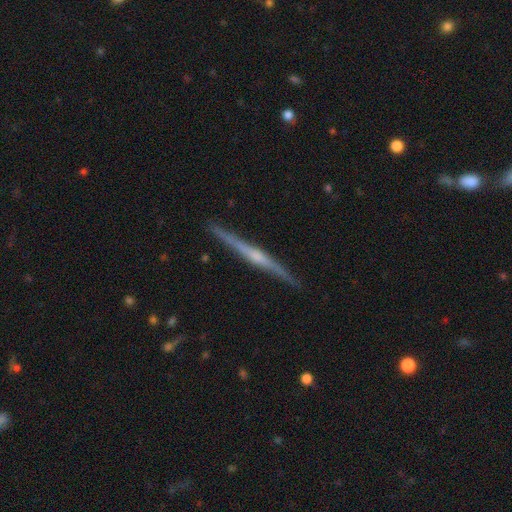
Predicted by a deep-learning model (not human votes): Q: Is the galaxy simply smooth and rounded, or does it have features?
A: featured or disk — 82%.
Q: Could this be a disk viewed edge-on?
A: yes — 98%.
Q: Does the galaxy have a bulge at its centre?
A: rounded — 70%.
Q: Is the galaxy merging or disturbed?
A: none — 91%.